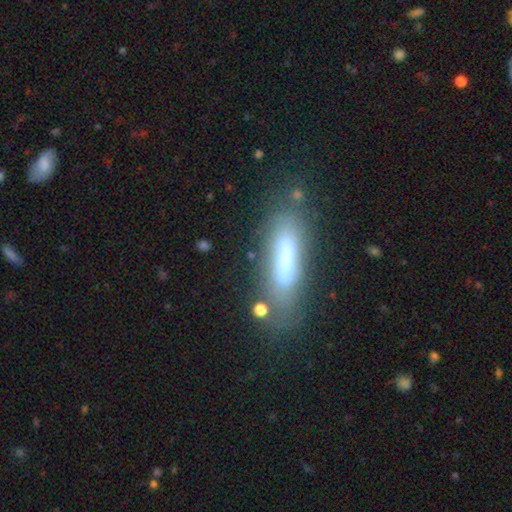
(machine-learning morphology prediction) Overall: smooth (55%; featured or disk 34%). How rounded: cigar-shaped (70%). Merging: none (64%).